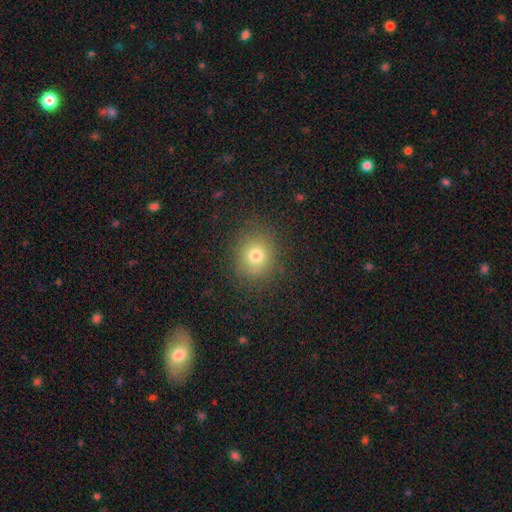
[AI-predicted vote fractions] A smooth galaxy with no disk features (75%) that is round (79%).

Vote fractions:
- Smooth or featured? smooth: 75% / star or artifact: 15% / featured or disk: 10%
- How rounded? round: 79% / in between: 20% / cigar-shaped: 1%
- Merging? none: 86% / minor disturbance: 9% / major disturbance: 4% / merger: 1%